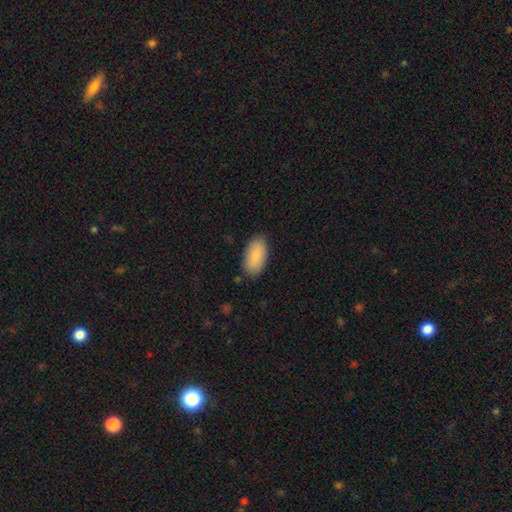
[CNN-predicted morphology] This appears to be a smooth galaxy with no disk features (85%) that is in between round and cigar-shaped (94%). Merging: none (84%).